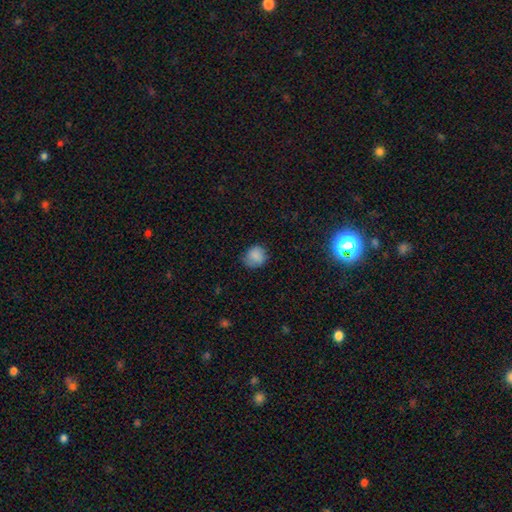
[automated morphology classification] A smooth galaxy with no disk features (84%) that is round (80%). Merging: none (72%).